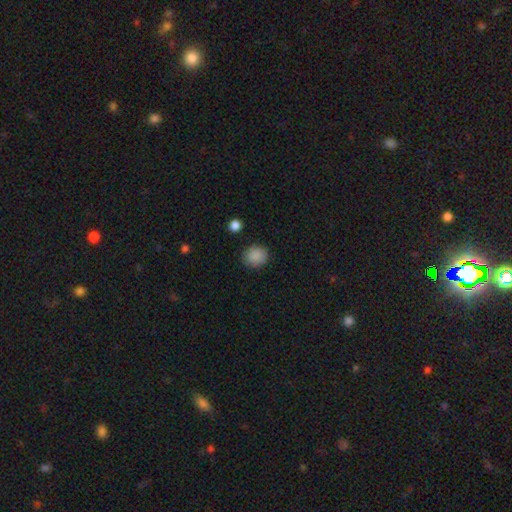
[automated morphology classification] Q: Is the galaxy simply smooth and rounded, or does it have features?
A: smooth — 88%.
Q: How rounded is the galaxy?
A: round — 82%.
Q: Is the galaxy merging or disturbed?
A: none — 87%.